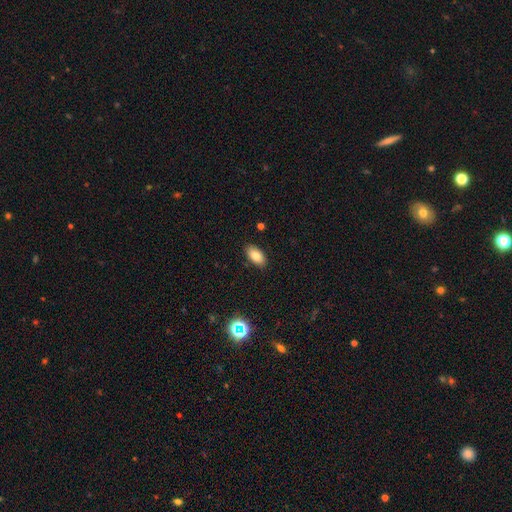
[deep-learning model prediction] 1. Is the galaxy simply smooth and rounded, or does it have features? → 80% smooth, 12% featured or disk, 9% star or artifact.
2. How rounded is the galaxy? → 93% in between, 4% round, 3% cigar-shaped.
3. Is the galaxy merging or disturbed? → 88% none, 9% minor disturbance, 2% major disturbance, 1% merger.